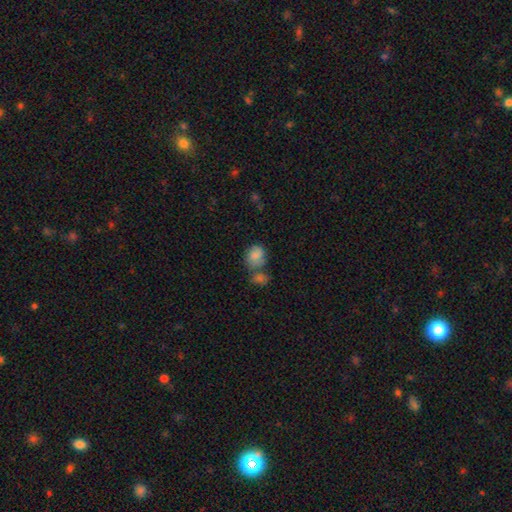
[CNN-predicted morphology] type=smooth (81%); roundness=round (56%); merging=none (40%).